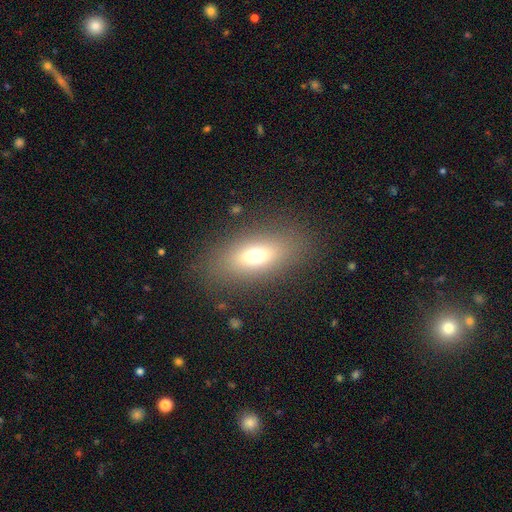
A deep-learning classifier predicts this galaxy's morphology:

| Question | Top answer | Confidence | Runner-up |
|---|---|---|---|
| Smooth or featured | smooth | 66% | featured or disk (19%) |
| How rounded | in between | 79% | round (11%) |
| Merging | none | 83% | minor disturbance (10%) |